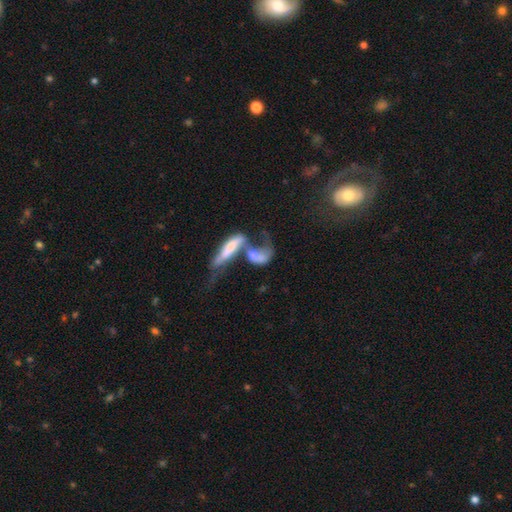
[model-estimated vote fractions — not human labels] The model was most divided on "smooth or featured": smooth: 46%, featured or disk: 45%, star or artifact: 9%. More confident: merging — merger (70%).